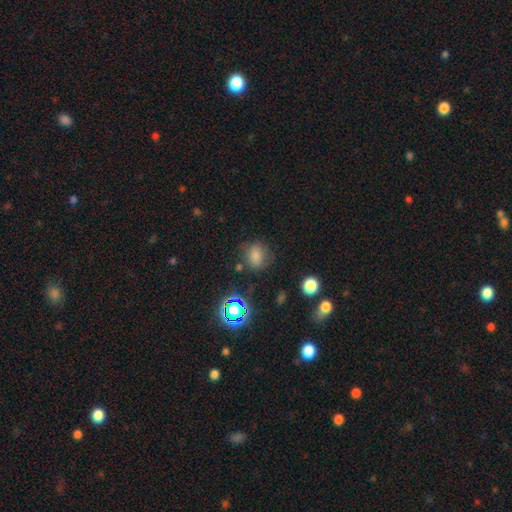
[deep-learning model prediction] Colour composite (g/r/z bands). It shows a smooth galaxy with no disk features (74%) that is round (60%). Merging: none (73%).